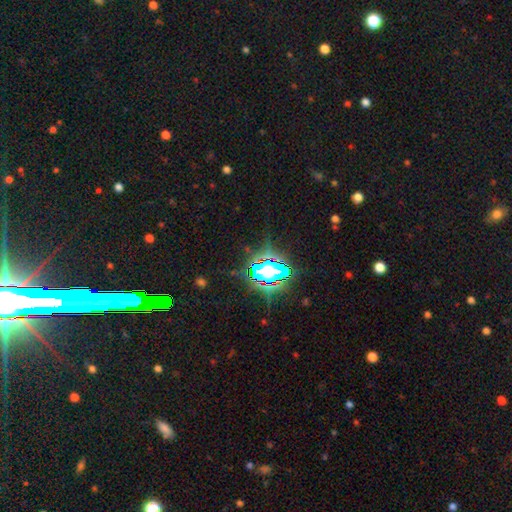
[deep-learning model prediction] The model was most divided on "smooth or featured": star or artifact: 76%, smooth: 13%, featured or disk: 10%.